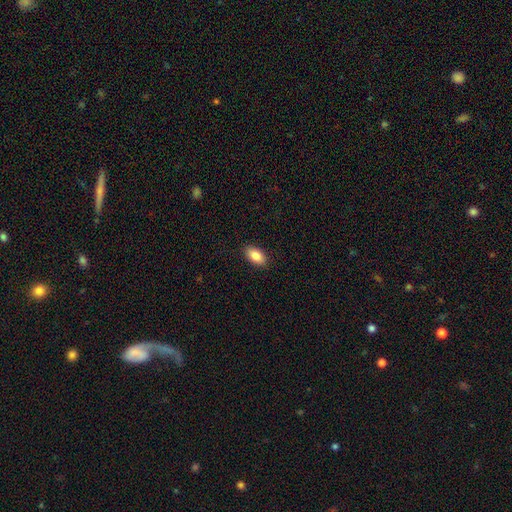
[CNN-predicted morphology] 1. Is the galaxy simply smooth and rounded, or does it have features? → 86% smooth, 7% star or artifact, 7% featured or disk.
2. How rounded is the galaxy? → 93% in between, 4% round, 3% cigar-shaped.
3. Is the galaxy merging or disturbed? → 90% none, 8% minor disturbance, 2% major disturbance, 1% merger.